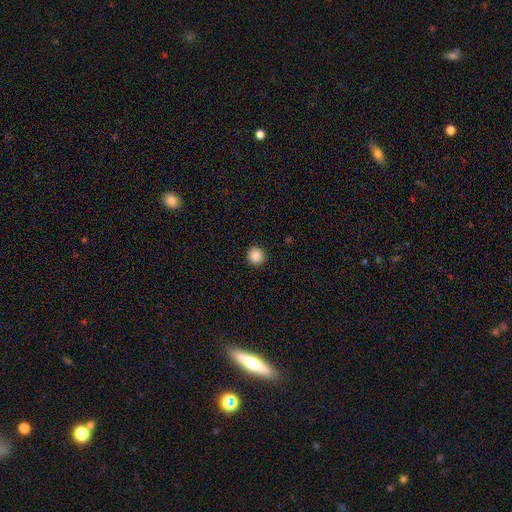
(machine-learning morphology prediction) smooth 87%, star or artifact 9%, featured or disk 3%. Down the decision tree: how rounded — round (94%); merging — none (93%).